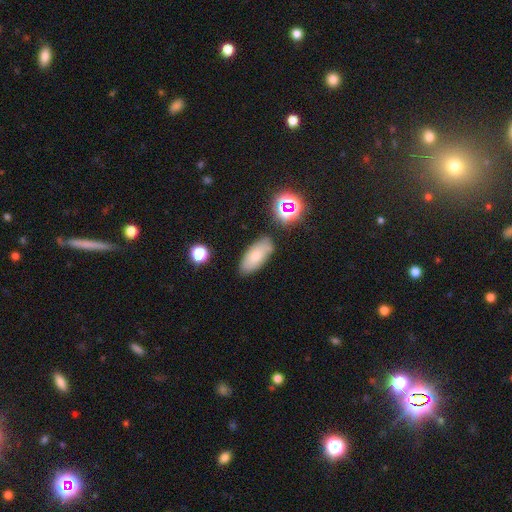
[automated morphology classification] Smooth or featured? smooth (75%)
How rounded? in between (87%)
Merging? none (74%)